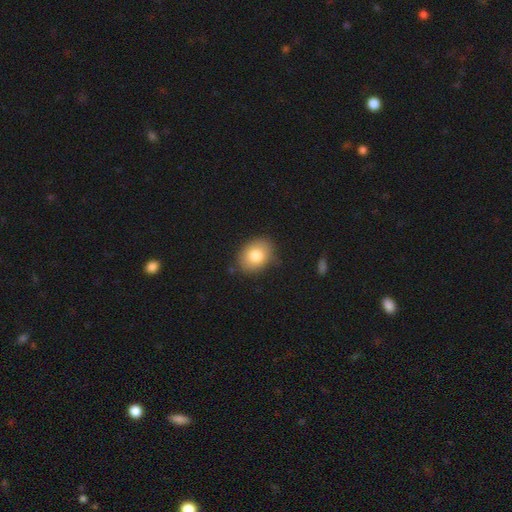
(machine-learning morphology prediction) Smooth or featured?
  - smooth: 81% *
  - featured or disk: 11%
  - star or artifact: 8%
How rounded?
  - in between: 63% *
  - round: 36%
  - cigar-shaped: 1%
Merging?
  - none: 79% *
  - minor disturbance: 16%
  - major disturbance: 3%
  - merger: 2%